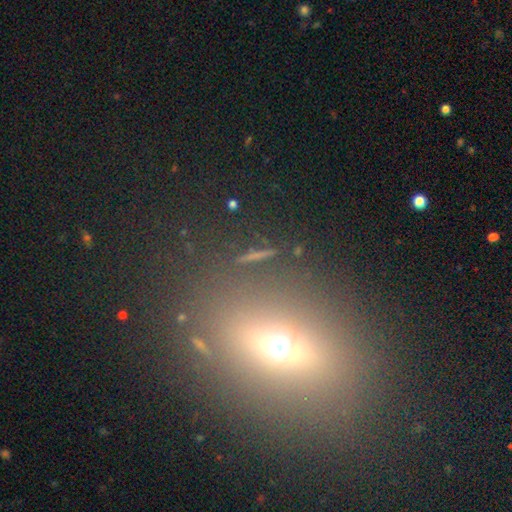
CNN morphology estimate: A star or artifact, not a galaxy (43%).

Vote fractions:
- Smooth or featured? star or artifact: 43% / smooth: 34% / featured or disk: 23%